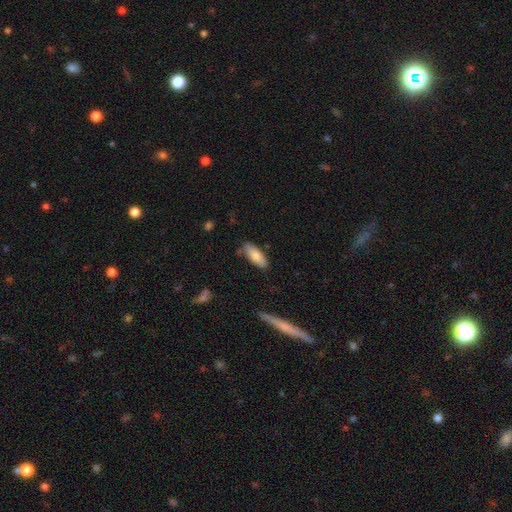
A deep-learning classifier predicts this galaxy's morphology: Q: Smooth or featured?
A: smooth (82%); runner-up: featured or disk (11%)
Q: How rounded?
A: in between (77%); runner-up: cigar-shaped (21%)
Q: Merging?
A: none (73%); runner-up: minor disturbance (20%)